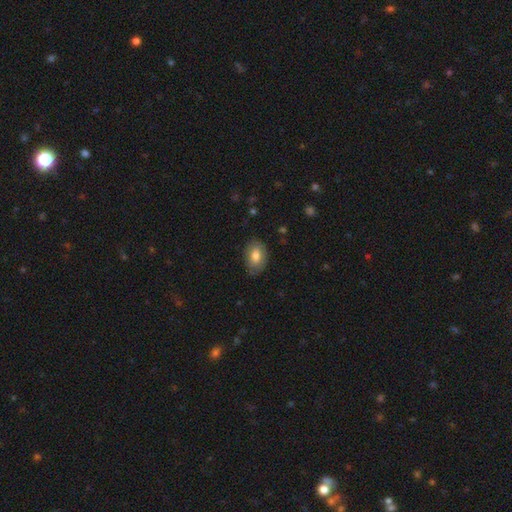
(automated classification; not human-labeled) Smooth or featured? smooth (74%)
How rounded? in between (86%)
Merging? none (76%)